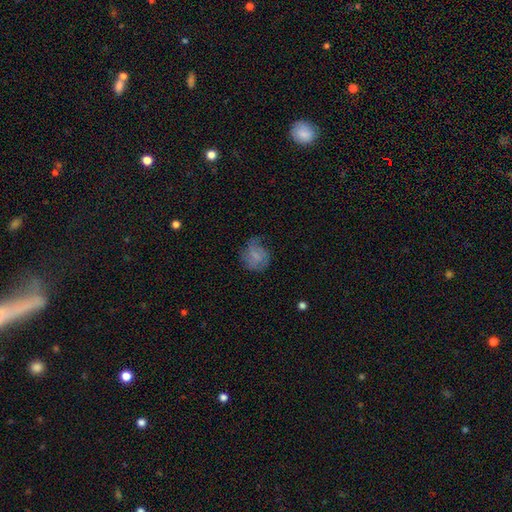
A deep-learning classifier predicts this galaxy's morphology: Smooth or featured? Predicted: smooth (p=0.64). How rounded? Predicted: round (p=0.67). Merging? Predicted: none (p=0.52).